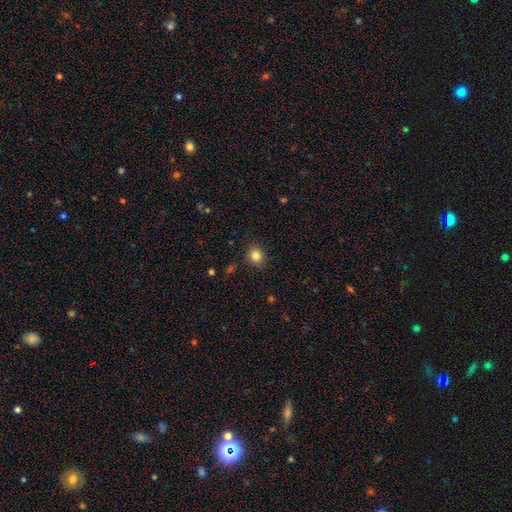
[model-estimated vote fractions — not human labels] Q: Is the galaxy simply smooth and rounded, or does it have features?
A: smooth — 83%.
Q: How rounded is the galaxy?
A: round — 79%.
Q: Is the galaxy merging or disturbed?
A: none — 88%.